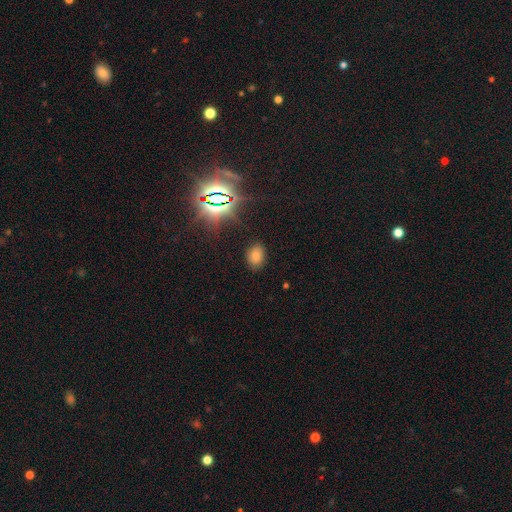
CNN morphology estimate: Smooth or featured? smooth (69%)
How rounded? in between (75%)
Merging? none (84%)